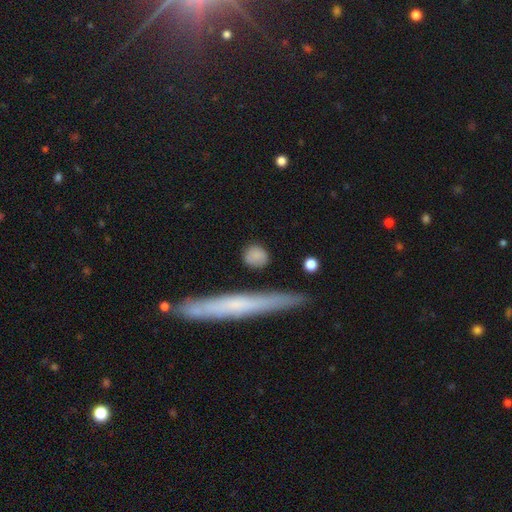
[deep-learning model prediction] smooth-or-featured: smooth: 84% | featured or disk: 9% | star or artifact: 7%
  how-rounded: round: 80% | in between: 13% | cigar-shaped: 7%
  merging: none: 85% | minor disturbance: 10% | major disturbance: 3% | merger: 2%